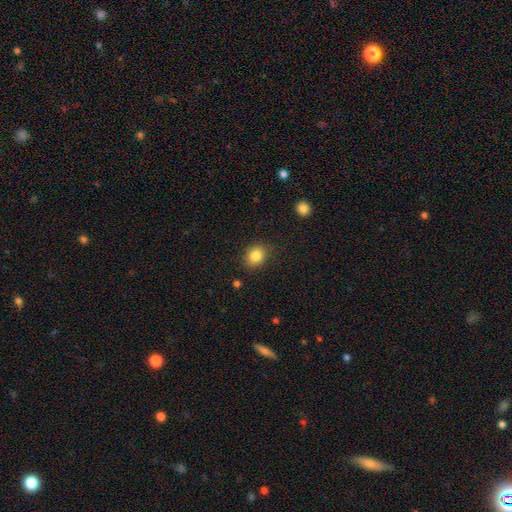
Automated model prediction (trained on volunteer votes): A smooth galaxy with no disk features (85%) that is round (61%).

Vote fractions:
- Smooth or featured? smooth: 85% / star or artifact: 10% / featured or disk: 6%
- How rounded? round: 61% / in between: 38% / cigar-shaped: 1%
- Merging? none: 87% / minor disturbance: 9% / major disturbance: 3% / merger: 1%